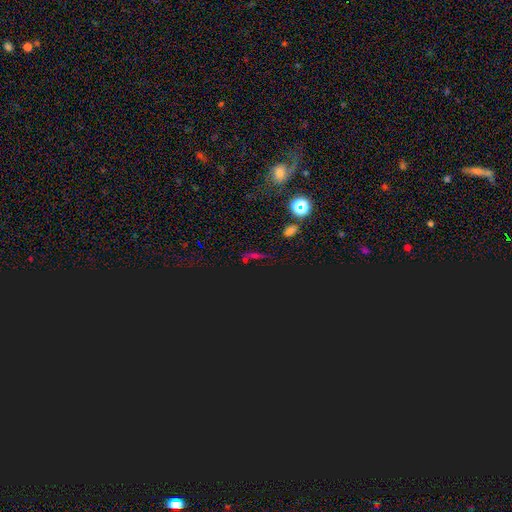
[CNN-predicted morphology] Smooth or featured: star or artifact — 60% (smooth — 27%)